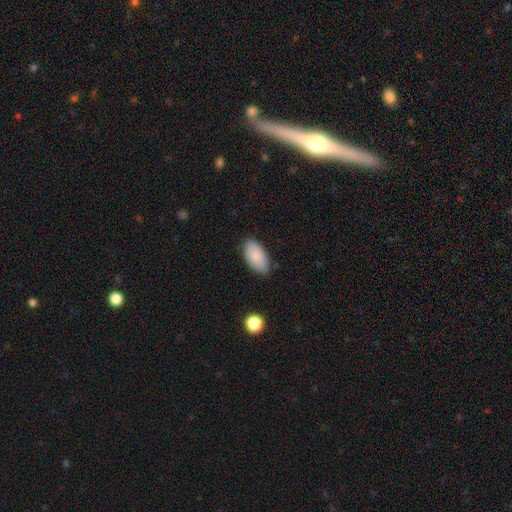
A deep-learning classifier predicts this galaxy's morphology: smooth 86%, featured or disk 8%, star or artifact 7%. Down the decision tree: how rounded — in between (95%); merging — none (79%).